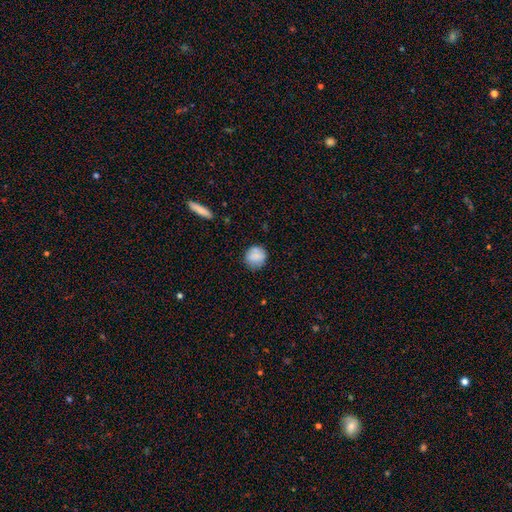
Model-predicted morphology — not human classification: smooth-or-featured: smooth: 82% | featured or disk: 10% | star or artifact: 8%
  how-rounded: round: 87% | in between: 12% | cigar-shaped: 1%
  merging: none: 75% | minor disturbance: 19% | major disturbance: 4% | merger: 2%